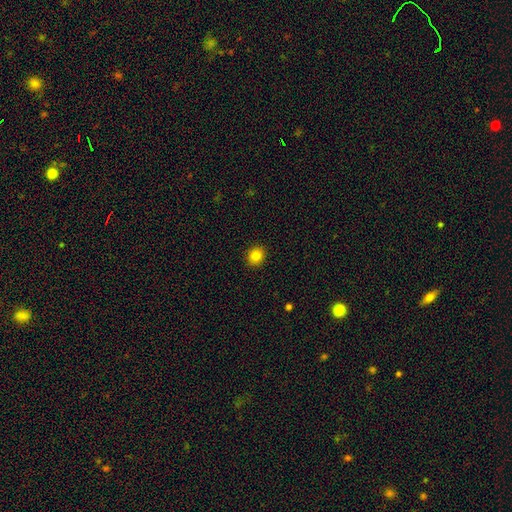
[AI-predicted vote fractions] Q: Smooth or featured?
A: smooth (83%); runner-up: star or artifact (11%)
Q: How rounded?
A: round (78%); runner-up: in between (21%)
Q: Merging?
A: none (91%); runner-up: minor disturbance (6%)